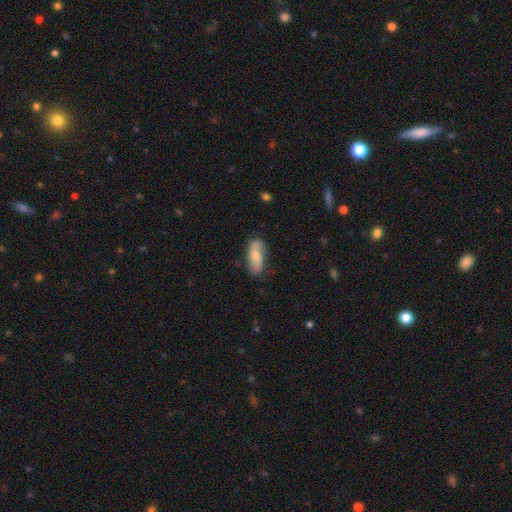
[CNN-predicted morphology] The model was most divided on "smooth or featured": smooth: 61%, featured or disk: 32%, star or artifact: 6%. More confident: how rounded — in between (84%); merging — none (68%).